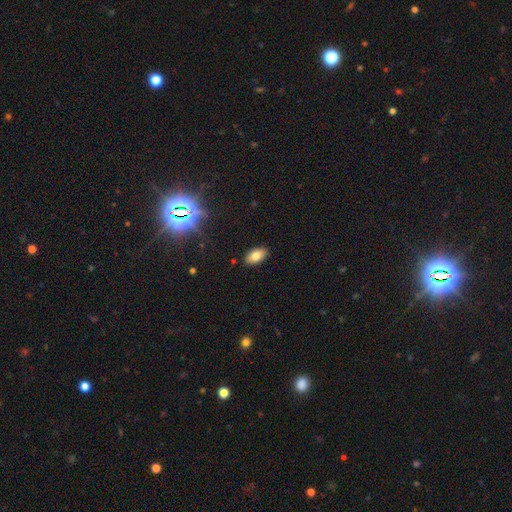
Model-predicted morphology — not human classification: This is likely a smooth galaxy (79%). How rounded: clearly in between (93%). Merging: clearly none (88%).